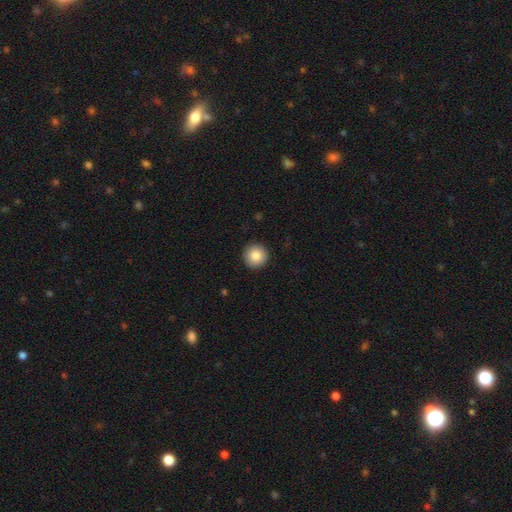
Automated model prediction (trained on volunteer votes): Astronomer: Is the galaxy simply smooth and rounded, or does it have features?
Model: smooth — 86%.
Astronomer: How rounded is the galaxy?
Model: round — 95%.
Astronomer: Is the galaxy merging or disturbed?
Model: none — 92%.